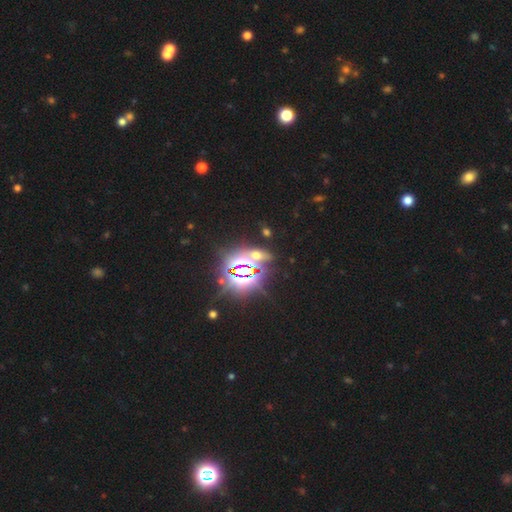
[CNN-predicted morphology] Smooth or featured? Predicted: star or artifact (p=0.69).